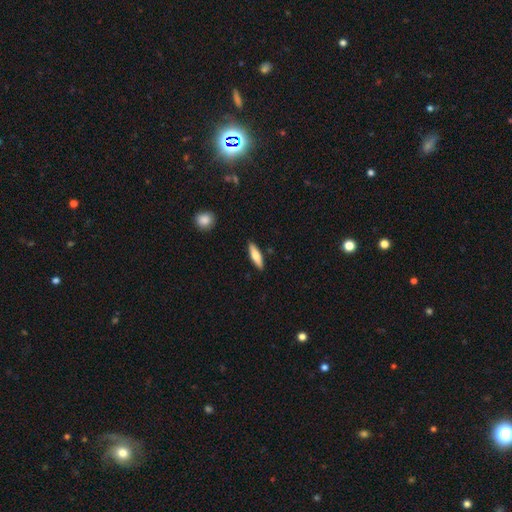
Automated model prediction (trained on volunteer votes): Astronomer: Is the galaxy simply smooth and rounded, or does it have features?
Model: smooth — 70%.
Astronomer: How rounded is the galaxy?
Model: cigar-shaped — 62%.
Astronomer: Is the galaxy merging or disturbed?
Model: none — 88%.